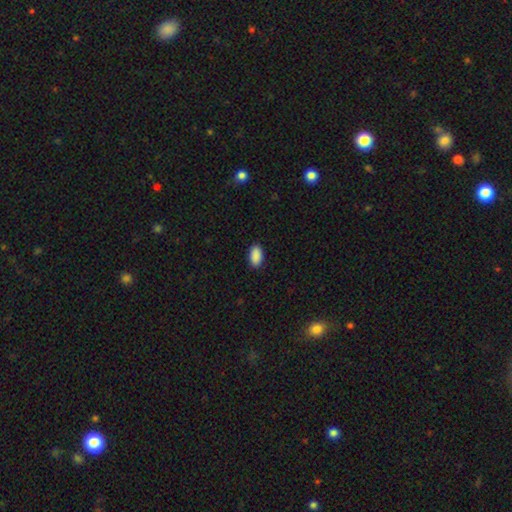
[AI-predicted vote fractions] Morphology: type=smooth (91%); roundness=in between (94%); merging=none (90%).